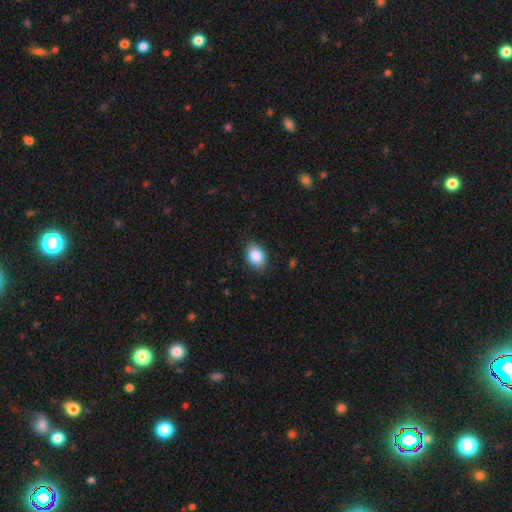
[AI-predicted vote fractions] This is clearly a smooth galaxy (87%). How rounded: likely in between (71%). Merging: clearly none (83%).